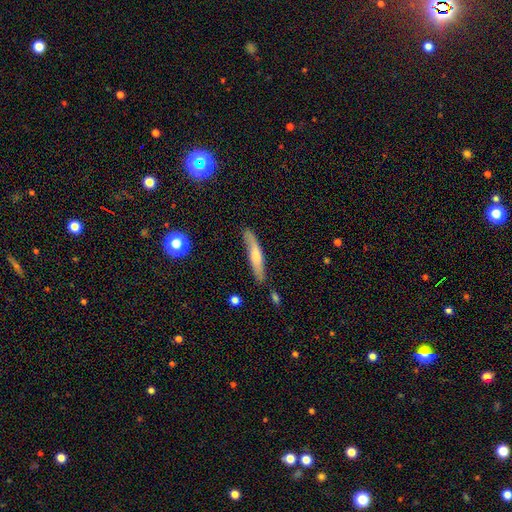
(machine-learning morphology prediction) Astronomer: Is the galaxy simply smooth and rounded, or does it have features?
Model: smooth — 55% (runner-up: featured or disk, 38%).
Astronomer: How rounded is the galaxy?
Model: cigar-shaped — 88%.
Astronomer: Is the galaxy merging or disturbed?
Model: none — 74%.